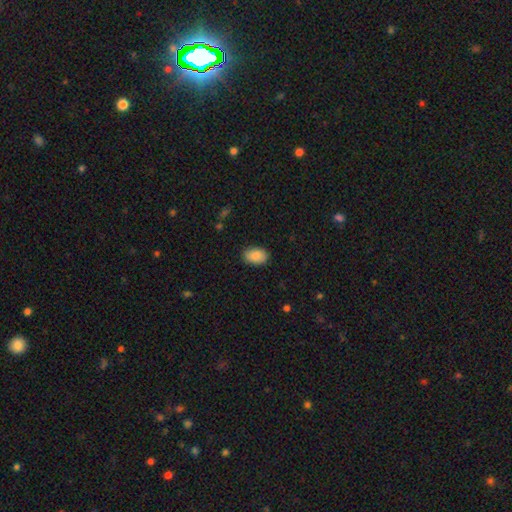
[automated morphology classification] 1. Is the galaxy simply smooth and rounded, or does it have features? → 87% smooth, 7% star or artifact, 6% featured or disk.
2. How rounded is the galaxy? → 88% in between, 10% round, 1% cigar-shaped.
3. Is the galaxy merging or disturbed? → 87% none, 9% minor disturbance, 2% major disturbance, 1% merger.